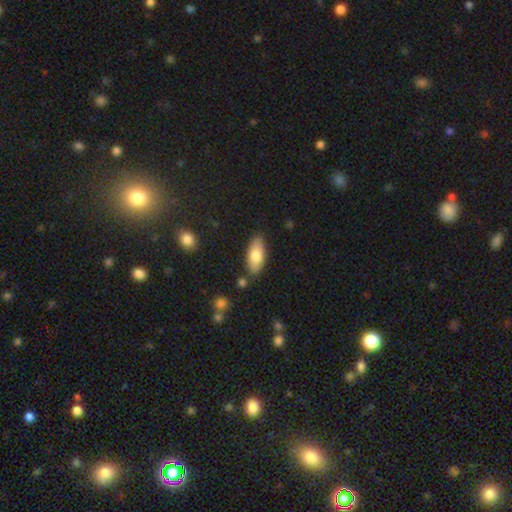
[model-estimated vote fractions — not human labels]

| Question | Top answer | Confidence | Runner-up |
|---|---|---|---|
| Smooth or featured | smooth | 76% | featured or disk (17%) |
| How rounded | in between | 82% | cigar-shaped (15%) |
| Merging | none | 82% | minor disturbance (12%) |